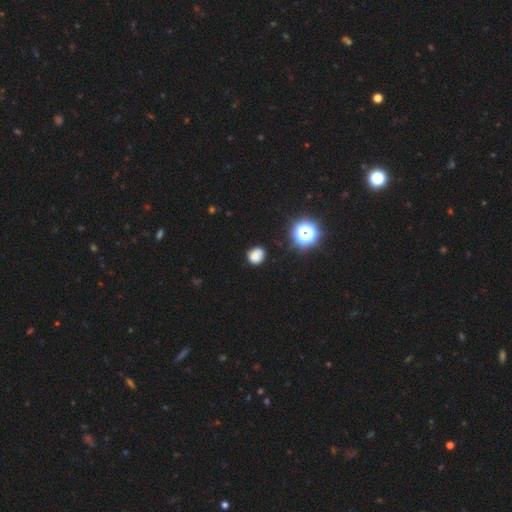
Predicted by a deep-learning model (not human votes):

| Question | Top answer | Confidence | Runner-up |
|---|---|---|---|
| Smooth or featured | smooth | 77% | star or artifact (17%) |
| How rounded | round | 72% | in between (27%) |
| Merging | none | 75% | minor disturbance (18%) |